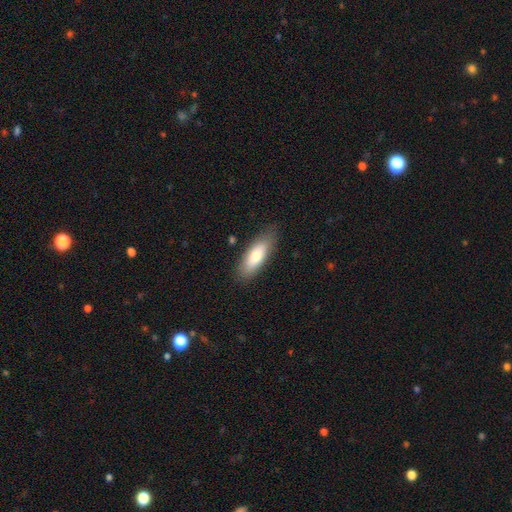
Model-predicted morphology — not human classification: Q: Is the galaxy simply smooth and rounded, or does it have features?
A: smooth — 75%.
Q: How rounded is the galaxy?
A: in between — 67%.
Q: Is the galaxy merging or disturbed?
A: none — 83%.